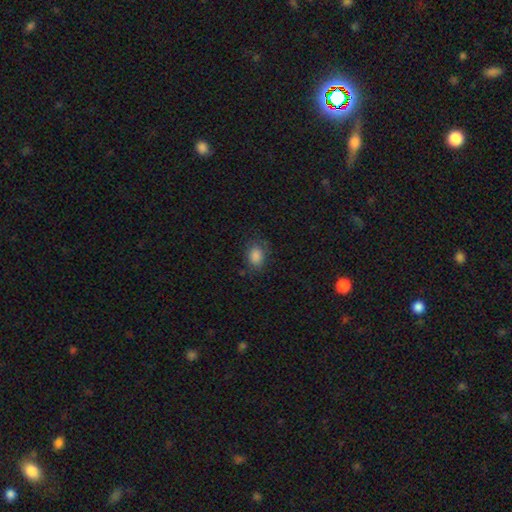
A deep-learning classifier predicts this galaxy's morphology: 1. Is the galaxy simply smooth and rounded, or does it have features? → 85% smooth, 10% star or artifact, 5% featured or disk.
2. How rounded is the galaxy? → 72% in between, 27% round, 1% cigar-shaped.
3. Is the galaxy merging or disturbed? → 73% none, 19% minor disturbance, 7% major disturbance, 1% merger.